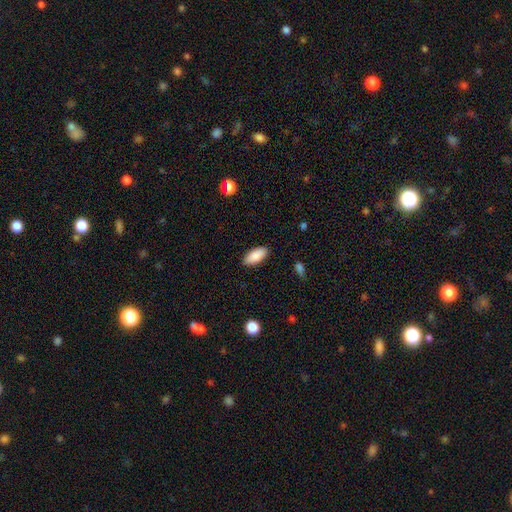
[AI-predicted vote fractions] This is clearly a smooth galaxy (89%). How rounded: clearly in between (90%). Merging: clearly none (89%).